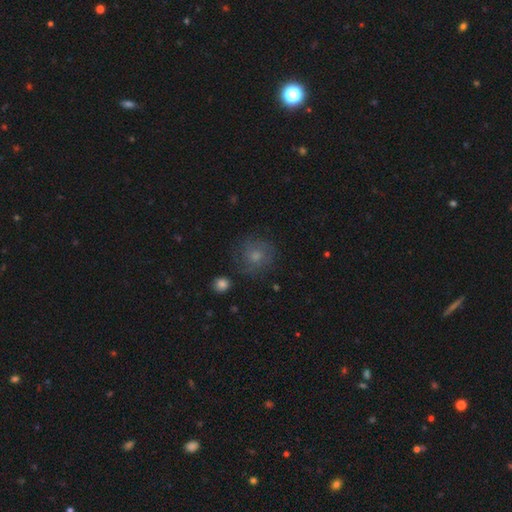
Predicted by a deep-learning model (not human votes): smooth 51%, featured or disk 35%, star or artifact 14%. Down the decision tree: how rounded — round (87%); merging — none (73%).